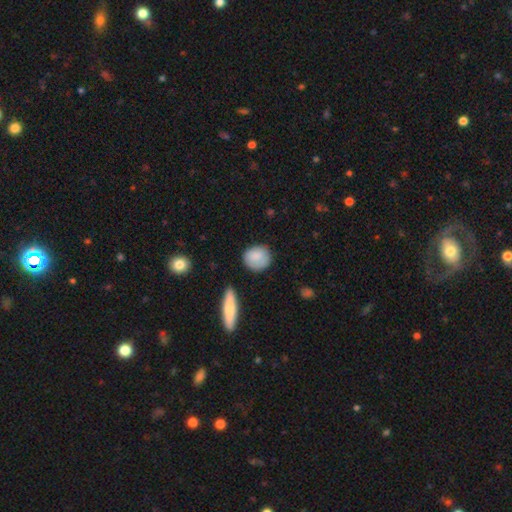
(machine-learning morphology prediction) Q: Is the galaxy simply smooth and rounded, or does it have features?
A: smooth — 85%.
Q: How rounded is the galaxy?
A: round — 76%.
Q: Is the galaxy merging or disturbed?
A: none — 76%.